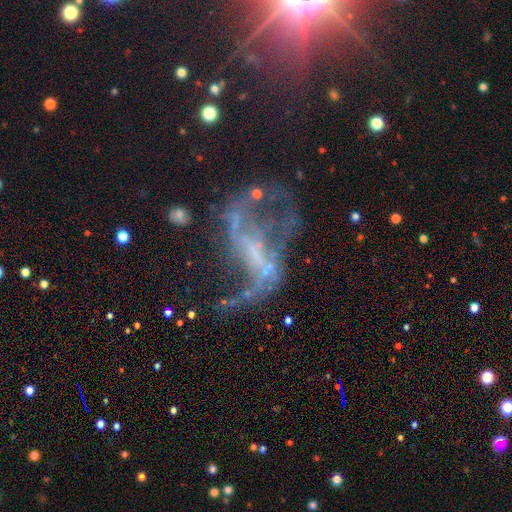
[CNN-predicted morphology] Smooth or featured? Predicted: featured or disk (p=0.70). Edge-on disk? Predicted: no (p=0.95). Bar? Predicted: no (p=0.48). Spiral arms? Predicted: yes (p=0.56). Bulge size? Predicted: none (p=0.65). Merging? Predicted: major disturbance (p=0.44).